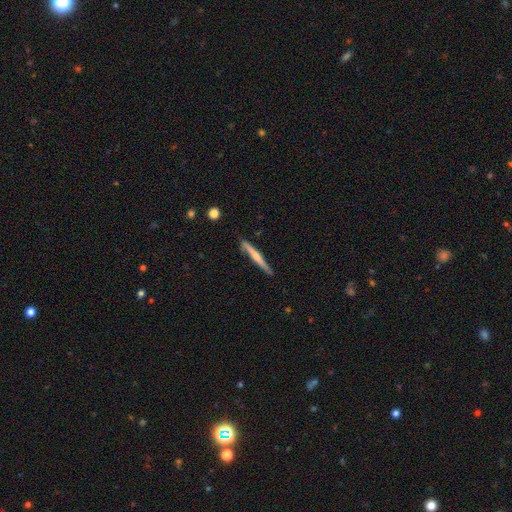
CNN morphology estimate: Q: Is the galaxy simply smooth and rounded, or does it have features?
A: featured or disk — 53%.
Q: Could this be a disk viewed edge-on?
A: yes — 96%.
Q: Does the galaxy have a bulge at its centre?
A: rounded — 58%.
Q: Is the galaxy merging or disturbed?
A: none — 81%.